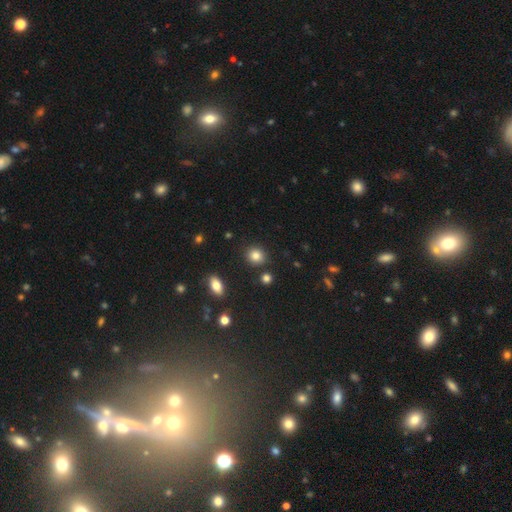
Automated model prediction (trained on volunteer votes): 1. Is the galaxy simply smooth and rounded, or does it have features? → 83% smooth, 11% star or artifact, 6% featured or disk.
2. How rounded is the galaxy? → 78% round, 21% in between, 1% cigar-shaped.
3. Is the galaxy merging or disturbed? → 86% none, 8% minor disturbance, 4% merger, 2% major disturbance.